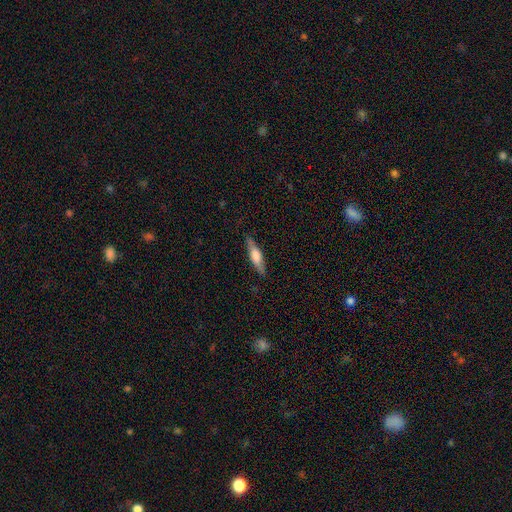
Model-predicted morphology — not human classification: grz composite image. It shows a smooth galaxy with no disk features (55%) that is cigar-shaped (72%). Merging: none (83%).